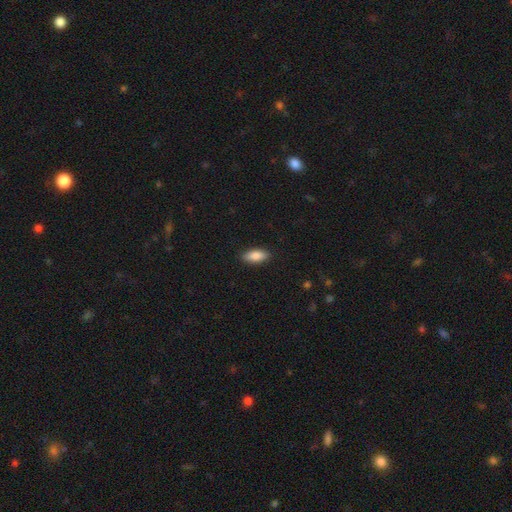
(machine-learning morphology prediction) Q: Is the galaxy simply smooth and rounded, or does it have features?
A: smooth — 85%.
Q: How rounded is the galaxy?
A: in between — 82%.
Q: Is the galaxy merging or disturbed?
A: none — 89%.